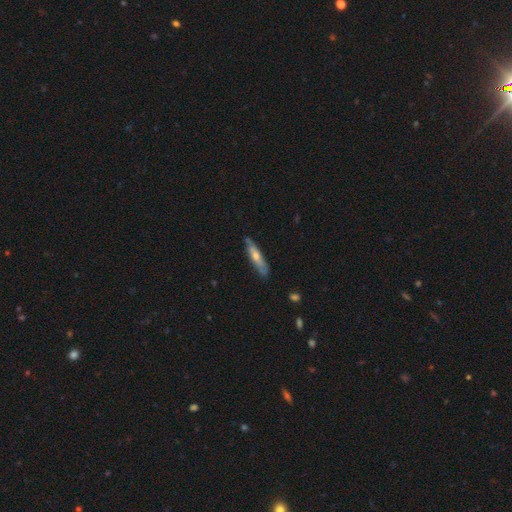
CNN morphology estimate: A featured or disk galaxy (53%) viewed edge-on (66%).

Vote fractions:
- Smooth or featured? featured or disk: 53% / smooth: 41% / star or artifact: 6%
- Edge-on disk? yes: 66% / no: 34%
- Merging? none: 76% / minor disturbance: 19% / major disturbance: 3% / merger: 2%